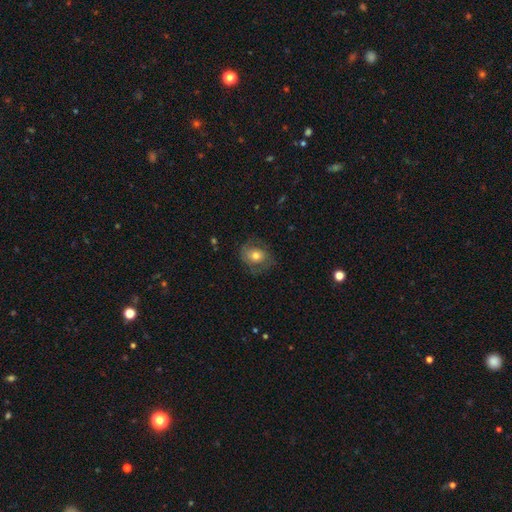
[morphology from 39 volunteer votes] Q: Smooth or featured?
A: featured or disk (56%); runner-up: smooth (36%)
Q: Edge-on disk?
A: no (100%)
Q: Bar?
A: no (77%); runner-up: weak (18%)
Q: Spiral arms?
A: yes (55%); runner-up: no (45%)
Q: Spiral winding?
A: medium (67%); runner-up: loose (33%)
Q: Spiral arm count?
A: 2 (100%)
Q: Bulge size?
A: moderate (64%); runner-up: large (32%)
Q: Merging?
A: none (67%); runner-up: minor disturbance (25%)